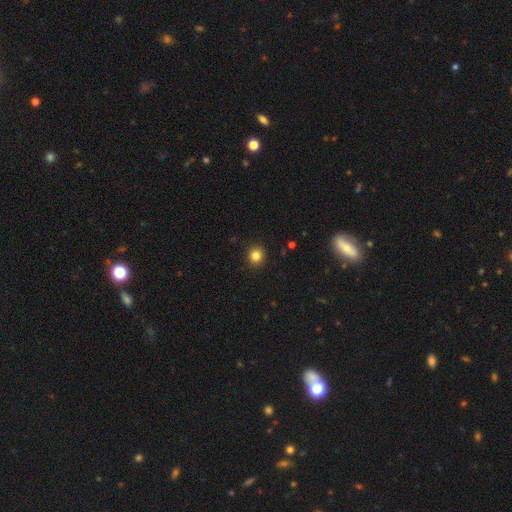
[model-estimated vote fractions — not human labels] This appears to be a smooth galaxy with no disk features (83%) that is round (90%). Merging: none (92%).